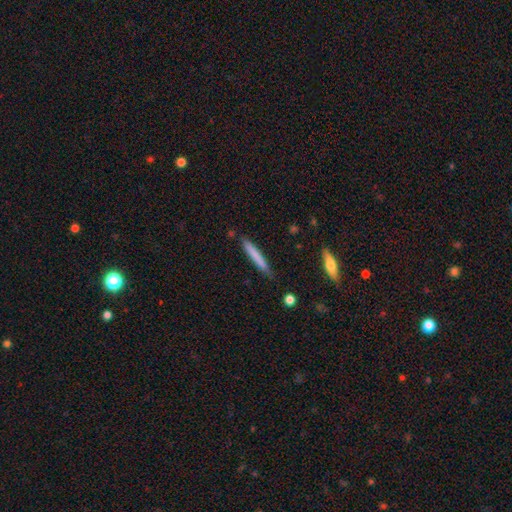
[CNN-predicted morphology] This is likely a smooth galaxy (74%). How rounded: clearly cigar-shaped (95%). Merging: clearly none (85%).